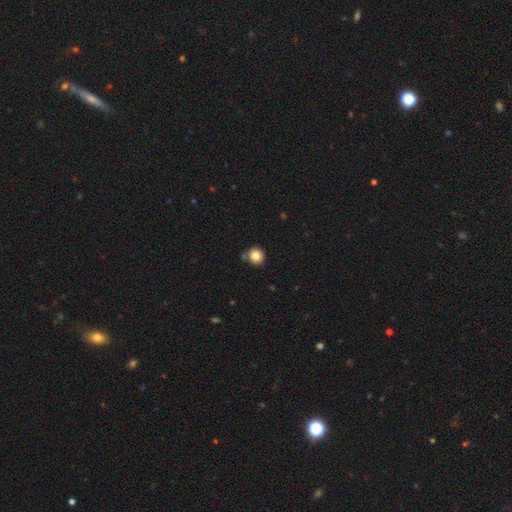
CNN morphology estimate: Overall: smooth (83%). How rounded: round (87%). Merging: none (80%).